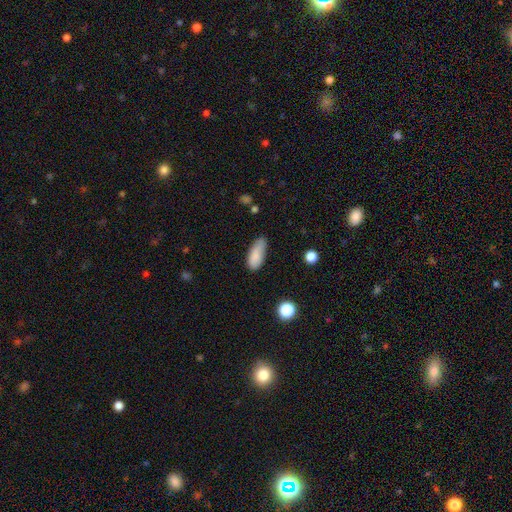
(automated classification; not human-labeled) Overall: smooth (85%). How rounded: in between (79%). Merging: none (60%; minor disturbance 30%).